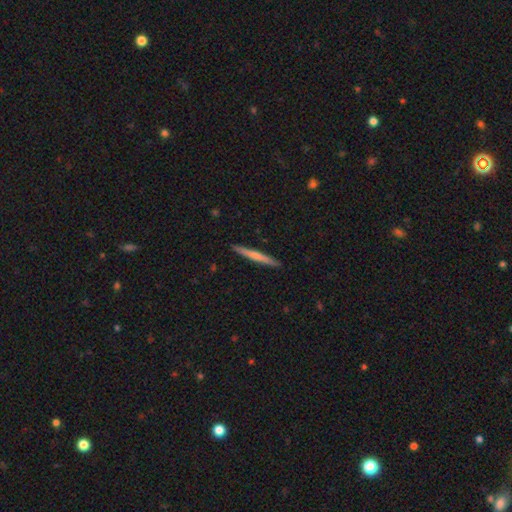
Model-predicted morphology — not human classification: A smooth galaxy with no disk features (53%) that is cigar-shaped (96%).

Vote fractions:
- Smooth or featured? smooth: 53% / featured or disk: 42% / star or artifact: 5%
- How rounded? cigar-shaped: 96% / in between: 2% / round: 1%
- Merging? none: 92% / minor disturbance: 6% / major disturbance: 1% / merger: 1%